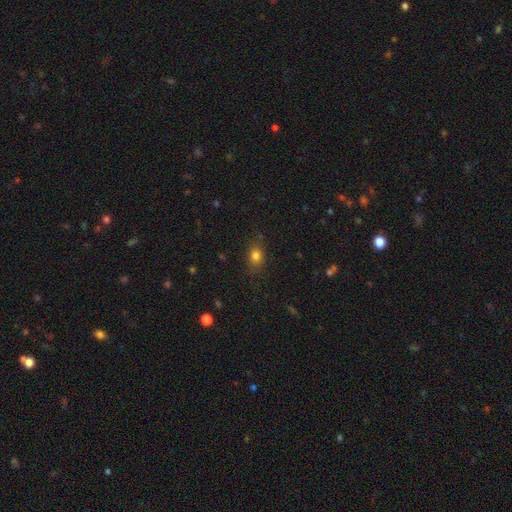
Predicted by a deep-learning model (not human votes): Q: Smooth or featured?
A: smooth (79%); runner-up: star or artifact (13%)
Q: How rounded?
A: in between (59%); runner-up: round (39%)
Q: Merging?
A: none (81%); runner-up: minor disturbance (14%)